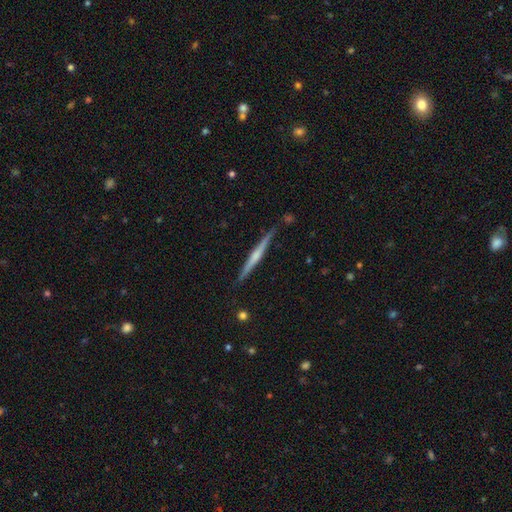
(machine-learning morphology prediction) This is likely a featured or disk galaxy (64%). It is clearly viewed edge-on (98%). Edge-on bulge: possibly rounded (54%). Merging: clearly none (88%).